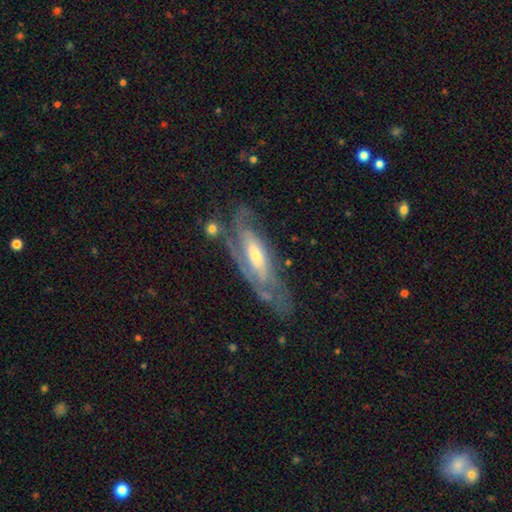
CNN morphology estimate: Q: Smooth or featured?
A: featured or disk (79%); runner-up: smooth (15%)
Q: Edge-on disk?
A: no (78%); runner-up: yes (22%)
Q: Bar?
A: no (51%); runner-up: weak (33%)
Q: Spiral arms?
A: yes (85%); runner-up: no (15%)
Q: Spiral winding?
A: tight (55%); runner-up: medium (35%)
Q: Spiral arm count?
A: can't tell (46%); runner-up: 2 (31%)
Q: Bulge size?
A: moderate (49%); runner-up: small (39%)
Q: Merging?
A: none (58%); runner-up: minor disturbance (22%)